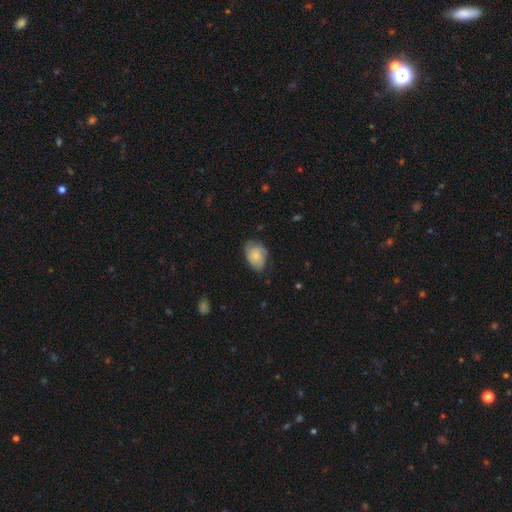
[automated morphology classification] smooth_or_featured: smooth (p=0.71) [alt: featured or disk p=0.22]
how_rounded: in between (p=0.80) [alt: round p=0.19]
merging: none (p=0.59) [alt: minor disturbance p=0.32]